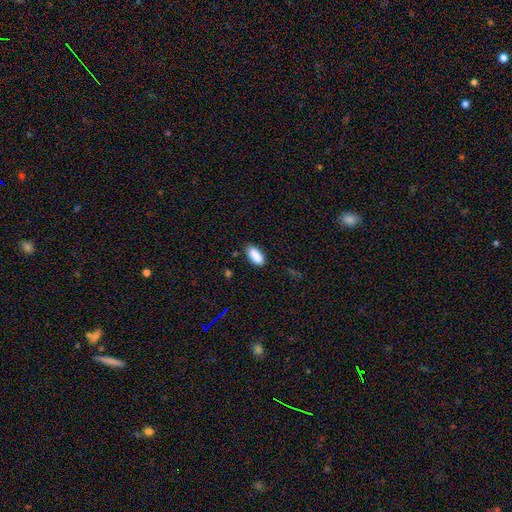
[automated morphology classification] A smooth galaxy with no disk features (89%) that is in between round and cigar-shaped (89%).

Vote fractions:
- Smooth or featured? smooth: 89% / star or artifact: 7% / featured or disk: 4%
- How rounded? in between: 89% / cigar-shaped: 9% / round: 2%
- Merging? none: 79% / minor disturbance: 16% / major disturbance: 3% / merger: 2%